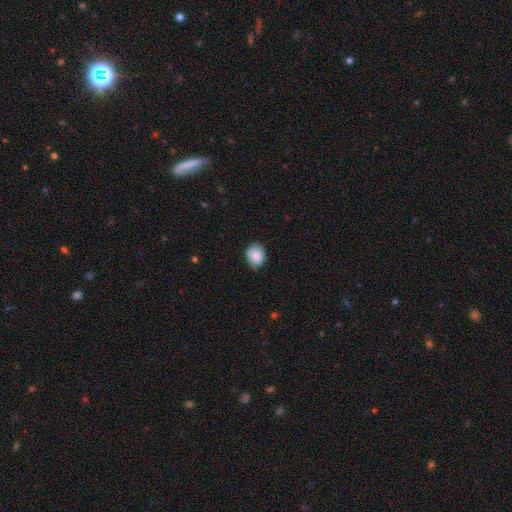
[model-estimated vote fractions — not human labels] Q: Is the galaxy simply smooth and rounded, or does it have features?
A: smooth — 87%.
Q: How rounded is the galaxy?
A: in between — 58%.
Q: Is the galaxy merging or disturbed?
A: none — 74%.